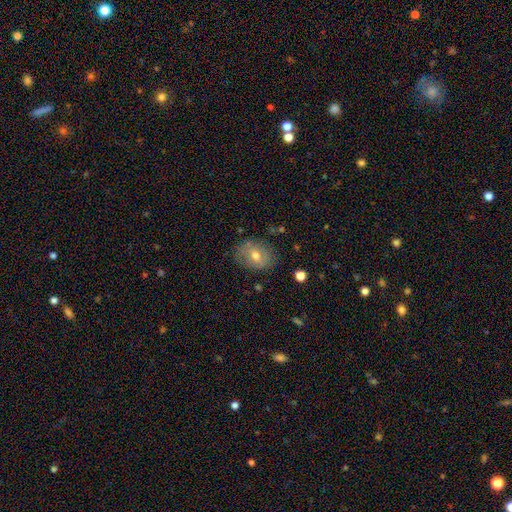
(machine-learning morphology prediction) Smooth or featured? Predicted: smooth (p=0.57). How rounded? Predicted: in between (p=0.68). Merging? Predicted: none (p=0.78).